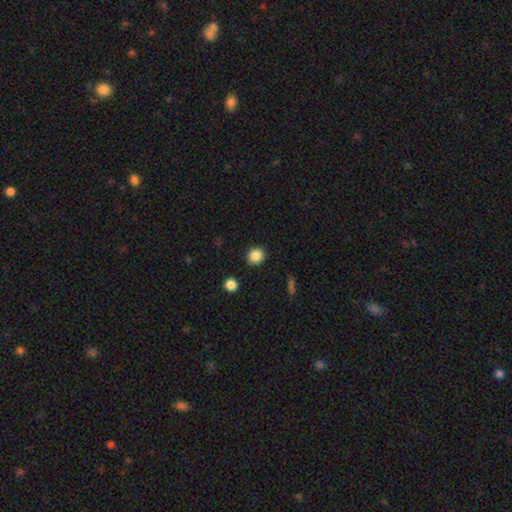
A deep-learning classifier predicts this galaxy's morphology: This is clearly a smooth galaxy (86%). How rounded: clearly round (83%). Merging: clearly none (89%).